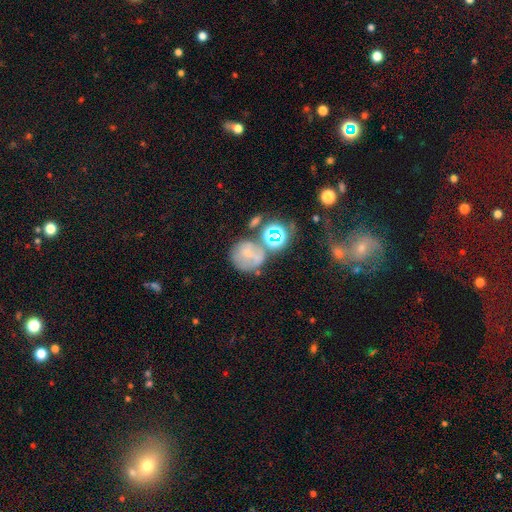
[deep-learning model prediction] smooth-or-featured: smooth: 44% | featured or disk: 31% | star or artifact: 25%
  merging: none: 48% | merger: 22% | minor disturbance: 18% | major disturbance: 12%